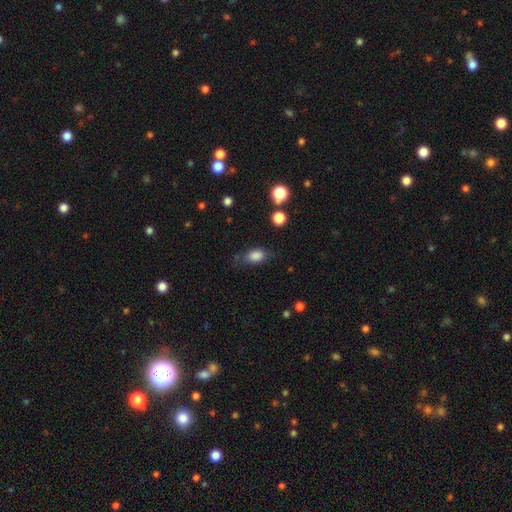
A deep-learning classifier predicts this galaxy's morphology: This appears to be a smooth galaxy with no disk features (84%) that is in between round and cigar-shaped (80%). Merging: none (66%).